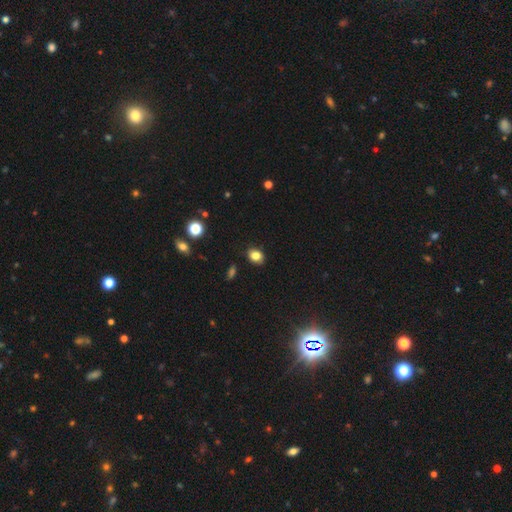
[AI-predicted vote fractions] A smooth galaxy with no disk features (83%) that is in between round and cigar-shaped (52%).

Vote fractions:
- Smooth or featured? smooth: 83% / star or artifact: 11% / featured or disk: 6%
- How rounded? in between: 52% / round: 46% / cigar-shaped: 1%
- Merging? none: 86% / minor disturbance: 11% / major disturbance: 2% / merger: 1%